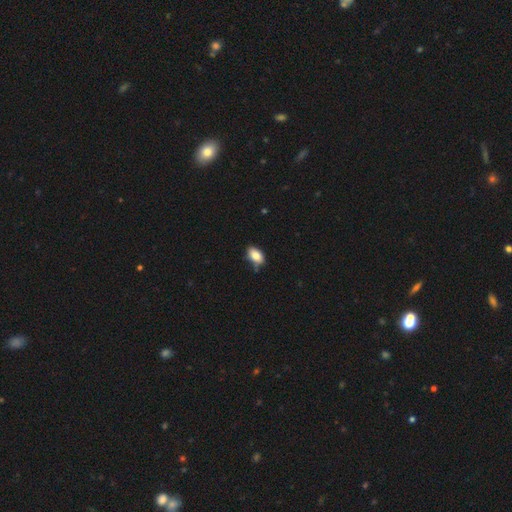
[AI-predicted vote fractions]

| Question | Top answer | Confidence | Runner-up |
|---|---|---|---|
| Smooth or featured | smooth | 83% | featured or disk (9%) |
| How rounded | in between | 89% | round (9%) |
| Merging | none | 69% | minor disturbance (23%) |